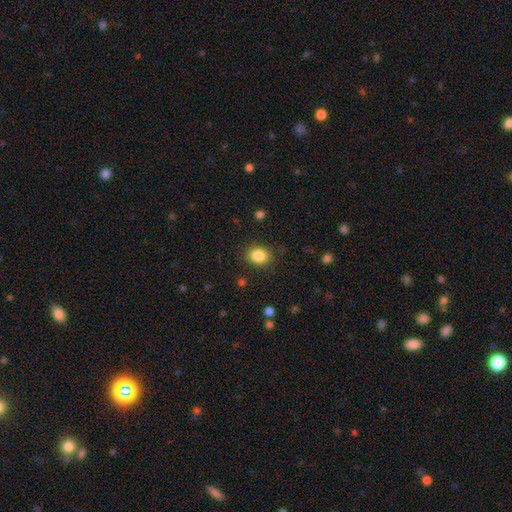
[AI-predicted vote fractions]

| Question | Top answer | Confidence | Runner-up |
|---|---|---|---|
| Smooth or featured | smooth | 85% | star or artifact (11%) |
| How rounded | round | 62% | in between (37%) |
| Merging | none | 88% | minor disturbance (8%) |